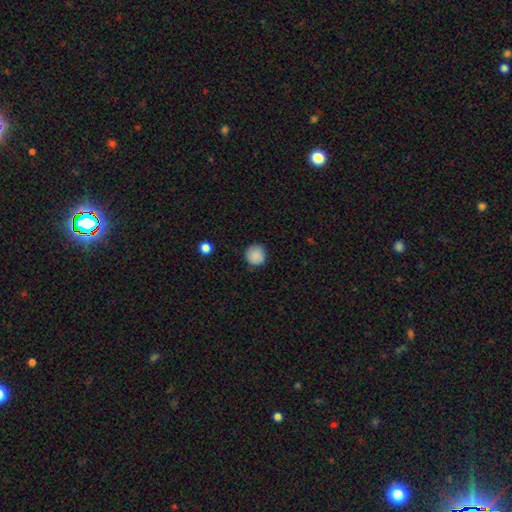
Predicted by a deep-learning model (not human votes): Smooth or featured? smooth (87%)
How rounded? round (92%)
Merging? none (85%)